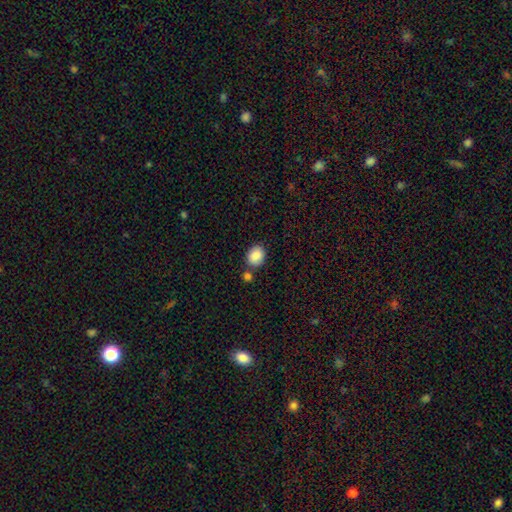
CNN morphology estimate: smooth-or-featured: smooth: 87% | star or artifact: 8% | featured or disk: 5%
  how-rounded: round: 50% | in between: 49% | cigar-shaped: 1%
  merging: none: 75% | merger: 11% | minor disturbance: 11% | major disturbance: 3%